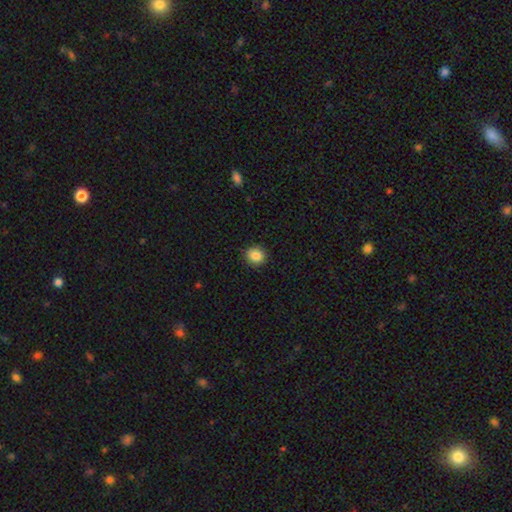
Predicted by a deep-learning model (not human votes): A smooth galaxy with no disk features (86%) that is round (85%).

Vote fractions:
- Smooth or featured? smooth: 86% / star or artifact: 10% / featured or disk: 5%
- How rounded? round: 85% / in between: 14% / cigar-shaped: 1%
- Merging? none: 89% / minor disturbance: 8% / major disturbance: 2% / merger: 1%